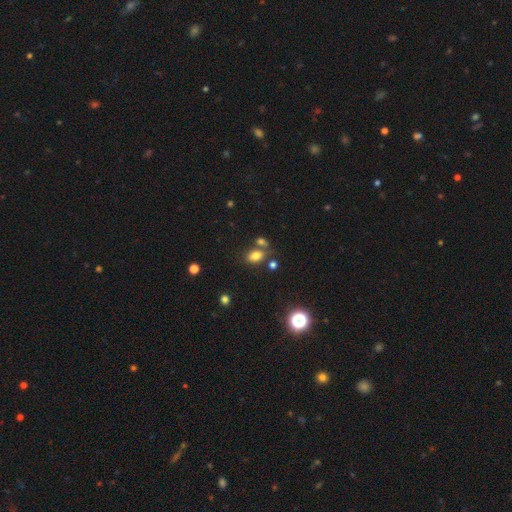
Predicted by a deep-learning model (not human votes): Smooth or featured?
  - smooth: 78% *
  - star or artifact: 13%
  - featured or disk: 9%
How rounded?
  - in between: 81% *
  - round: 17%
  - cigar-shaped: 2%
Merging?
  - none: 59% *
  - merger: 24%
  - minor disturbance: 12%
  - major disturbance: 5%